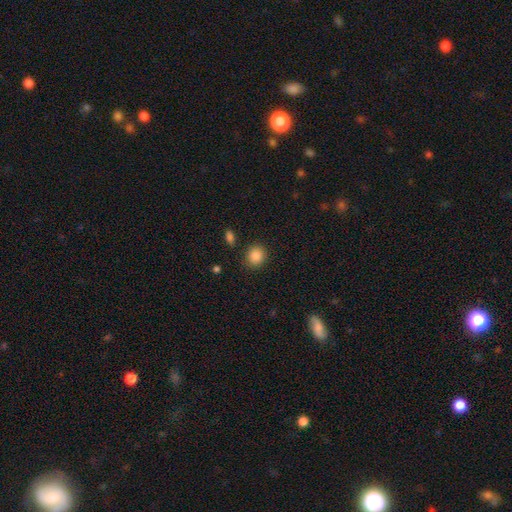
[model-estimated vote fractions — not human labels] smooth_or_featured: smooth (p=0.86) [alt: star or artifact p=0.09]
how_rounded: round (p=0.77) [alt: in between p=0.22]
merging: none (p=0.87) [alt: minor disturbance p=0.08]